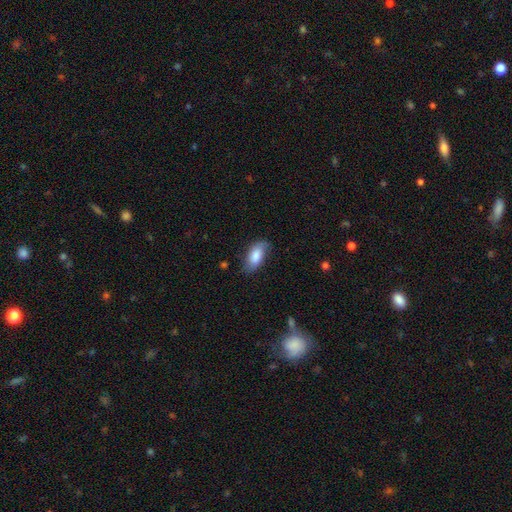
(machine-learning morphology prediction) smooth_or_featured: smooth (p=0.78) [alt: featured or disk p=0.16]
how_rounded: in between (p=0.90) [alt: cigar-shaped p=0.07]
merging: none (p=0.71) [alt: minor disturbance p=0.22]